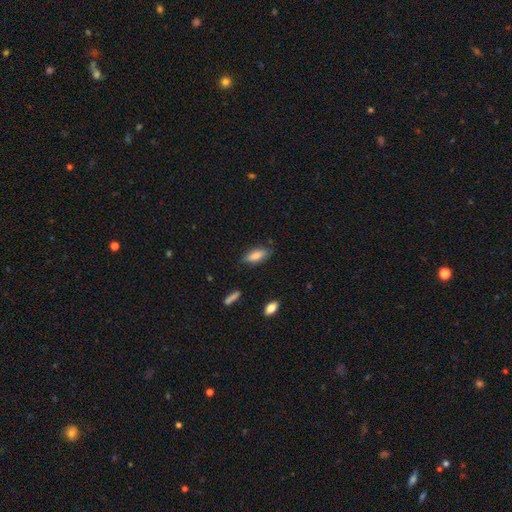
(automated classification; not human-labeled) The model was most divided on "how rounded": in between: 70%, cigar-shaped: 28%, round: 2%. More confident: merging — none (79%); smooth or featured — smooth (78%).